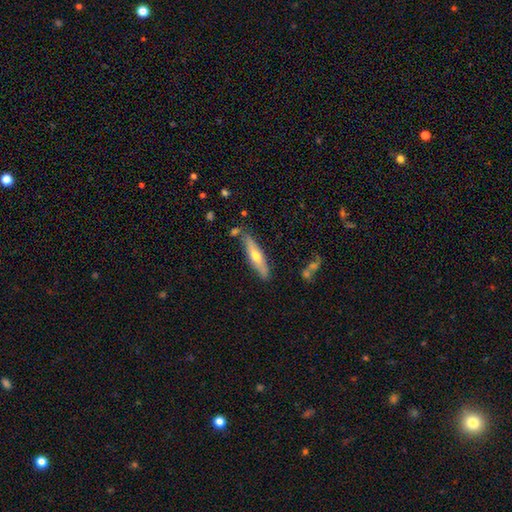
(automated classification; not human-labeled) Smooth or featured? smooth (49%)
Merging? none (80%)